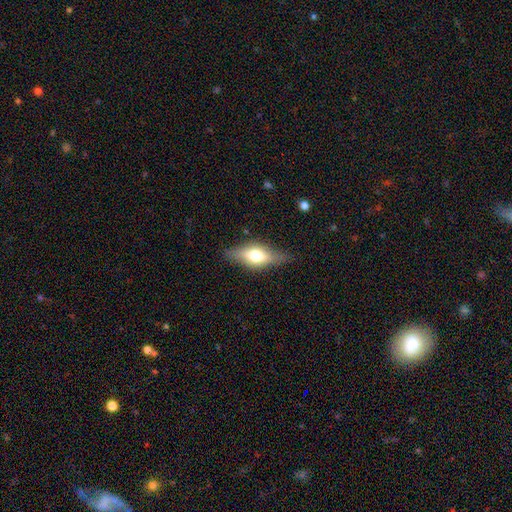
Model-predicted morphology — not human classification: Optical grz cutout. It shows a smooth galaxy with no disk features (47%). Merging: none (80%).